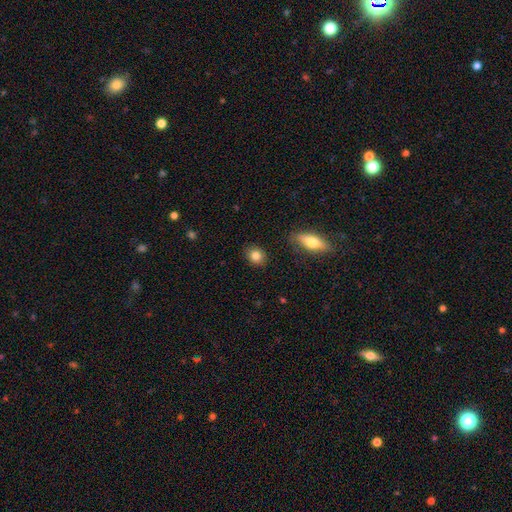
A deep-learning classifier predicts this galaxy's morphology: smooth-or-featured: smooth: 83% | featured or disk: 9% | star or artifact: 8%
  how-rounded: round: 63% | in between: 34% | cigar-shaped: 2%
  merging: none: 88% | minor disturbance: 8% | major disturbance: 2% | merger: 2%